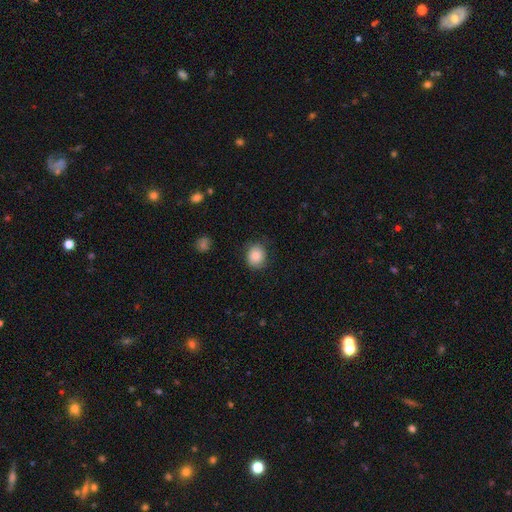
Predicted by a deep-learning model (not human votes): Morphology: type=smooth (84%); roundness=round (69%); merging=none (79%).